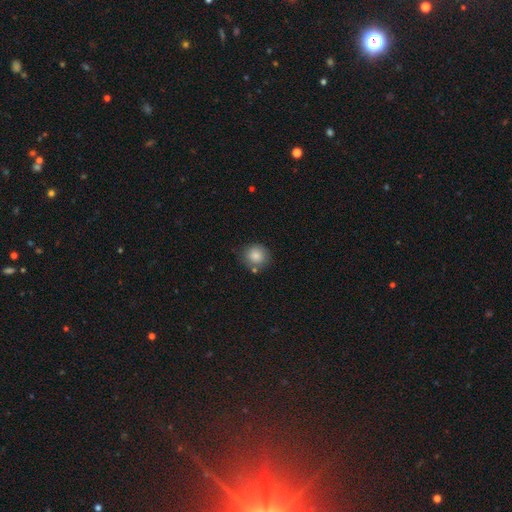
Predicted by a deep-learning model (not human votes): smooth 84%, star or artifact 9%, featured or disk 7%. Down the decision tree: how rounded — round (88%); merging — none (76%).